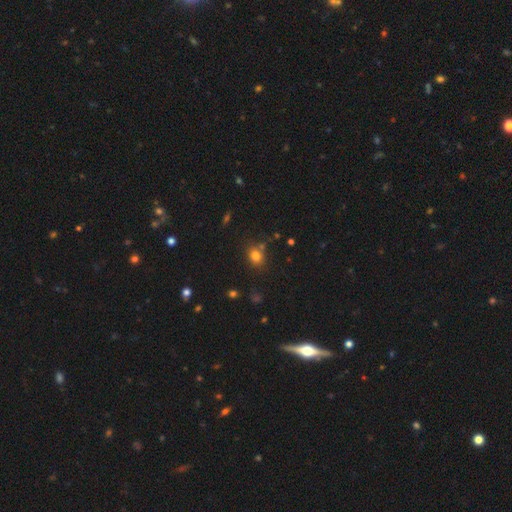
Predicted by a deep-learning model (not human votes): Smooth or featured? Predicted: smooth (p=0.78). How rounded? Predicted: round (p=0.62). Merging? Predicted: none (p=0.73).